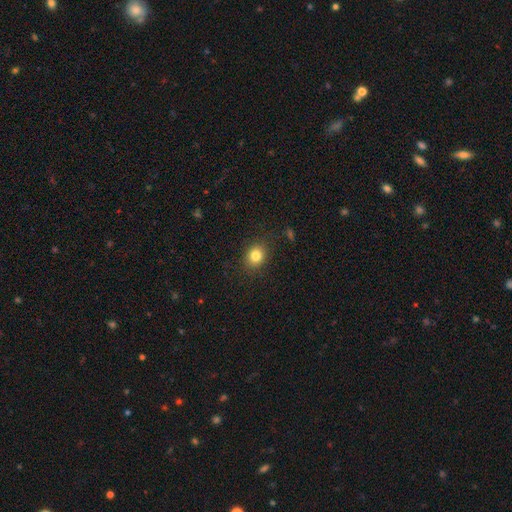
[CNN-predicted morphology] Smooth or featured? smooth (83%)
How rounded? round (64%)
Merging? none (86%)